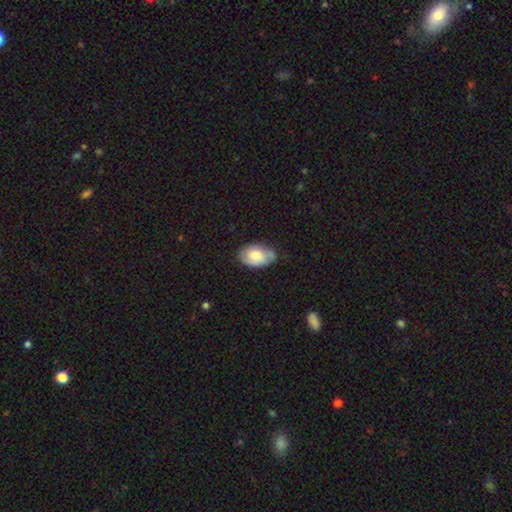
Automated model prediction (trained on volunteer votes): Smooth or featured: smooth — 60% (featured or disk — 33%)
How rounded: in between — 90% (round — 9%)
Merging: none — 62% (minor disturbance — 30%)